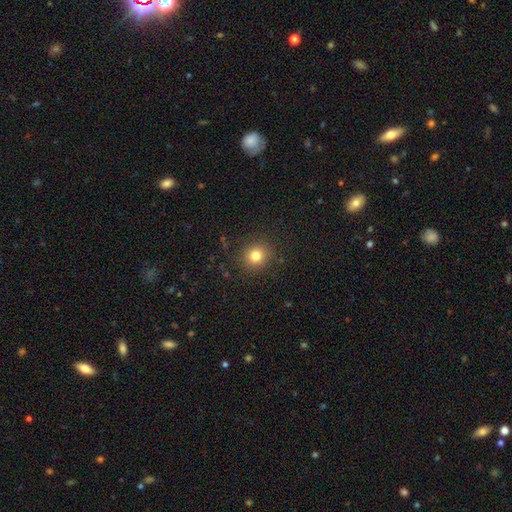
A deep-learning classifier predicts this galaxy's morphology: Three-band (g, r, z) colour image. It shows a smooth galaxy with no disk features (80%) that is round (85%). Merging: none (89%).